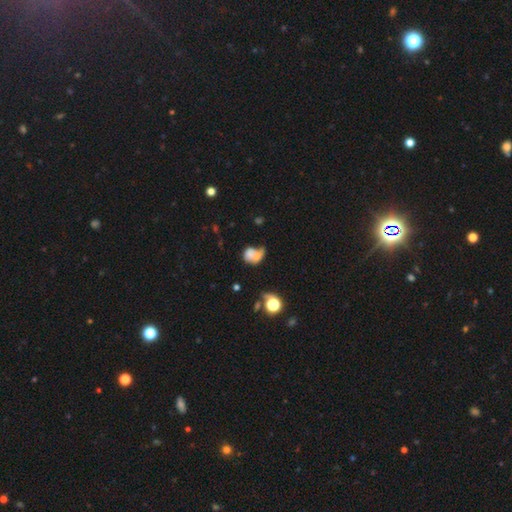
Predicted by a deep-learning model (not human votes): Smooth or featured? smooth (64%)
How rounded? round (50%)
Merging? merger (54%)